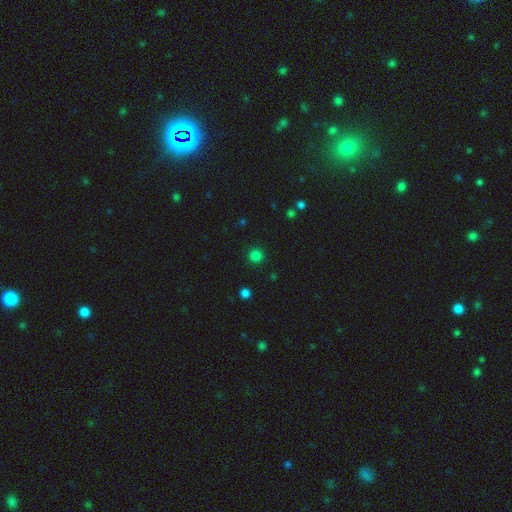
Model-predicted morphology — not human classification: A smooth galaxy with no disk features (81%) that is round (94%). Merging: none (91%).